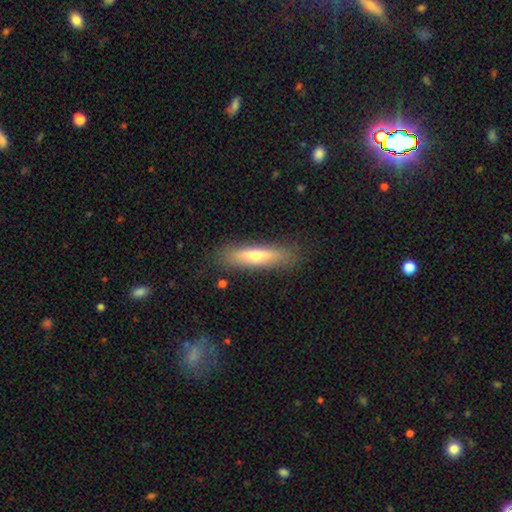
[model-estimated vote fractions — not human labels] The model was most divided on "smooth or featured": smooth: 58%, featured or disk: 36%, star or artifact: 7%. More confident: merging — none (85%); how rounded — cigar-shaped (80%).